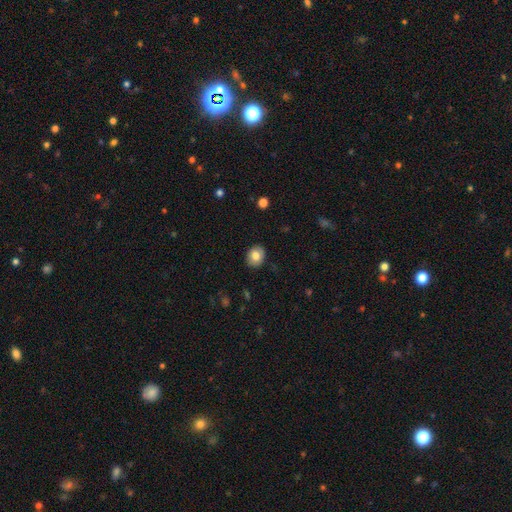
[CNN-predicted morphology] Overall: smooth (79%). How rounded: round (55%; in between 44%). Merging: none (87%).